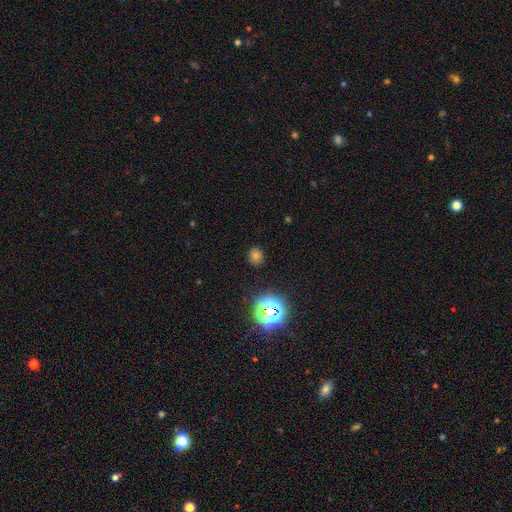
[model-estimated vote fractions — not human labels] This is likely a smooth galaxy (64%). How rounded: clearly round (82%). Merging: clearly none (88%).